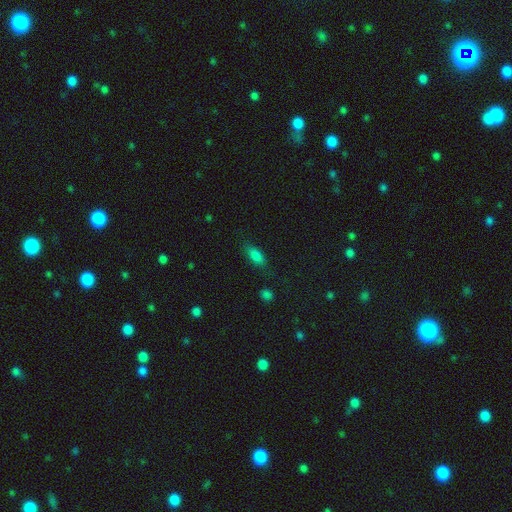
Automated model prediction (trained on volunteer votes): This appears to be a smooth galaxy with no disk features (81%) that is in between round and cigar-shaped (82%). Merging: none (74%).